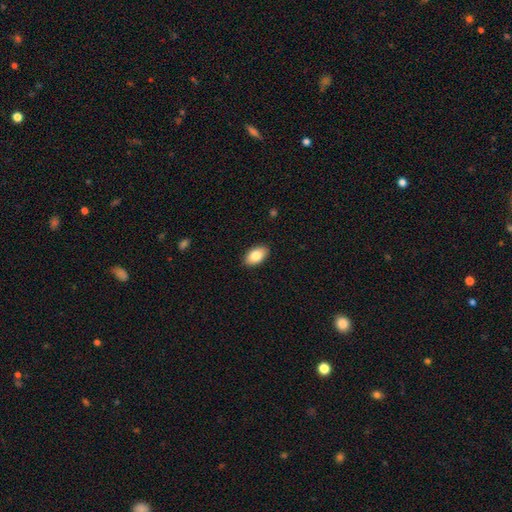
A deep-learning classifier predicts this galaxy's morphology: smooth 83%, featured or disk 11%, star or artifact 7%. Down the decision tree: how rounded — in between (93%); merging — none (89%).